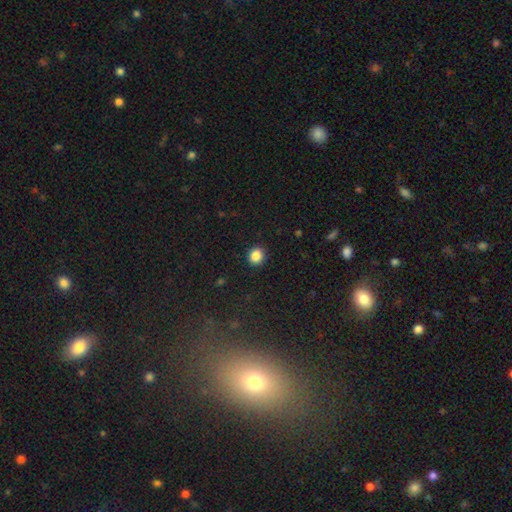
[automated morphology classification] A smooth galaxy with no disk features (86%) that is round (78%).

Vote fractions:
- Smooth or featured? smooth: 86% / star or artifact: 10% / featured or disk: 3%
- How rounded? round: 78% / in between: 21% / cigar-shaped: 1%
- Merging? none: 91% / minor disturbance: 6% / major disturbance: 2% / merger: 1%